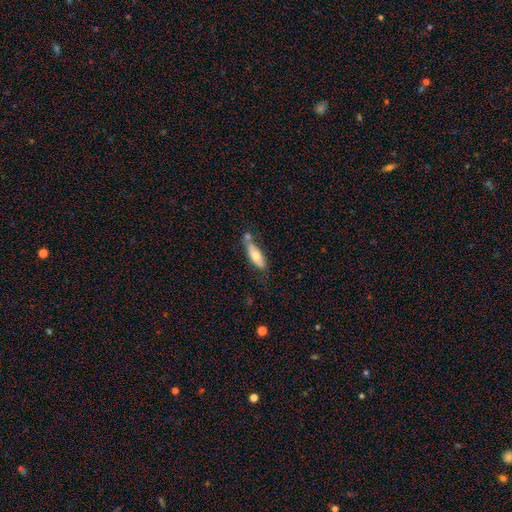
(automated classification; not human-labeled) The model was most divided on "how rounded": in between: 61%, cigar-shaped: 37%, round: 2%. More confident: smooth or featured — smooth (63%); merging — none (53%).